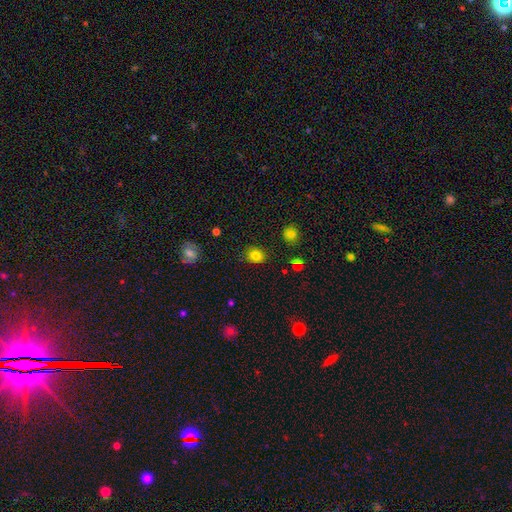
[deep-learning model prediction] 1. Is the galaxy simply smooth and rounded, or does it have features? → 80% smooth, 12% star or artifact, 7% featured or disk.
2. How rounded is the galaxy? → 64% round, 35% in between, 1% cigar-shaped.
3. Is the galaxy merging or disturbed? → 86% none, 10% minor disturbance, 2% major disturbance, 1% merger.